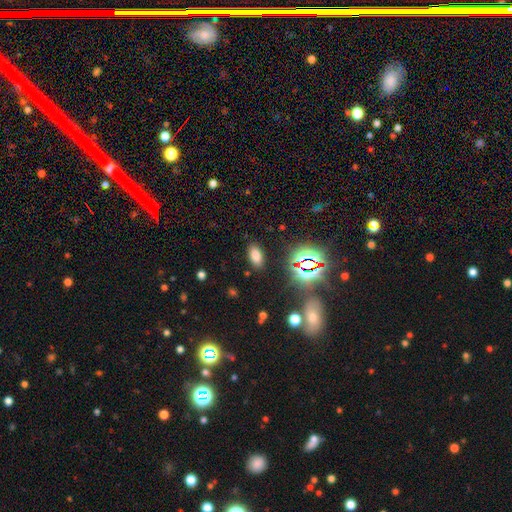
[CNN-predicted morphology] smooth_or_featured: smooth (p=0.71) [alt: star or artifact p=0.21]
how_rounded: in between (p=0.90) [alt: round p=0.06]
merging: none (p=0.86) [alt: minor disturbance p=0.08]